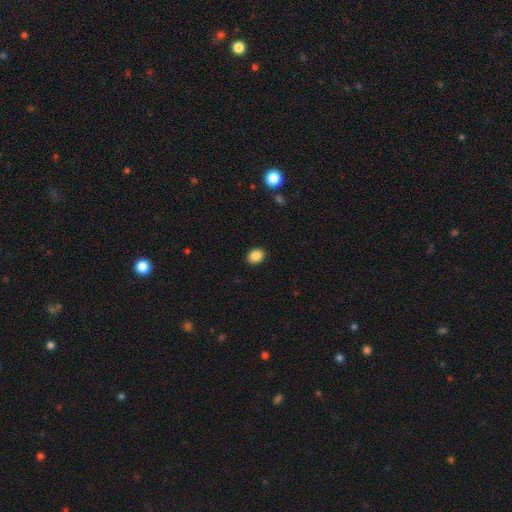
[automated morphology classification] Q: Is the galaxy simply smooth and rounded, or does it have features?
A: smooth — 88%.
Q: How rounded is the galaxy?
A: in between — 56%.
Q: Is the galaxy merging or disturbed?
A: none — 91%.